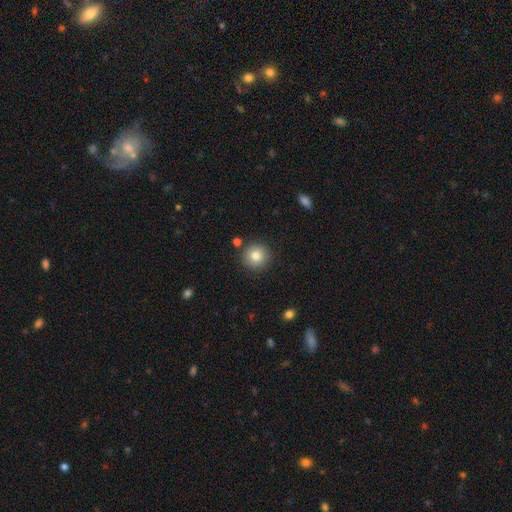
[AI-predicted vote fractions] smooth 81%, star or artifact 10%, featured or disk 8%. Down the decision tree: how rounded — round (94%); merging — none (88%).